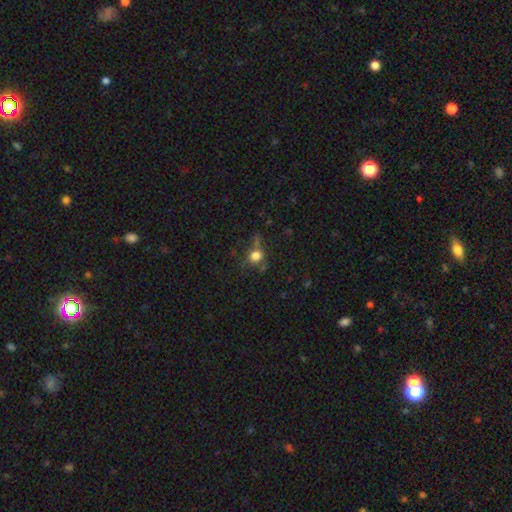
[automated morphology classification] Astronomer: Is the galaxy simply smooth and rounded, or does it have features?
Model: smooth — 76%.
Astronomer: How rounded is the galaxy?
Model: round — 77%.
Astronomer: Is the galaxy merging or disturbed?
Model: none — 60%.